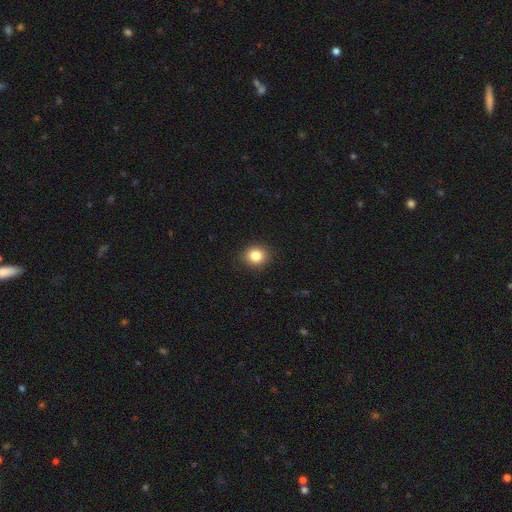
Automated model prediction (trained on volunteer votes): Smooth or featured: smooth — 84% (star or artifact — 11%)
How rounded: round — 78% (in between — 21%)
Merging: none — 89% (minor disturbance — 8%)